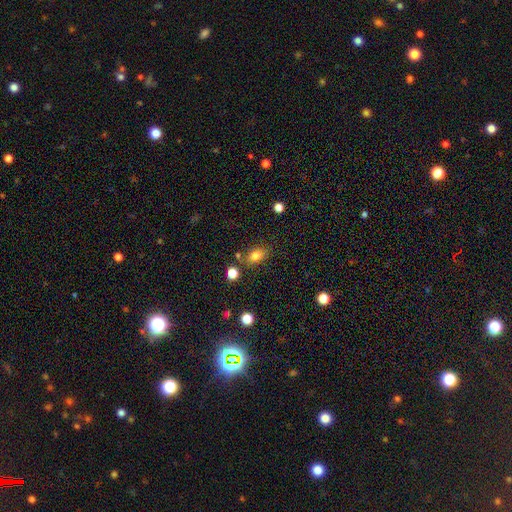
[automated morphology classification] Smooth or featured? Predicted: smooth (p=0.79). How rounded? Predicted: in between (p=0.78). Merging? Predicted: none (p=0.76).